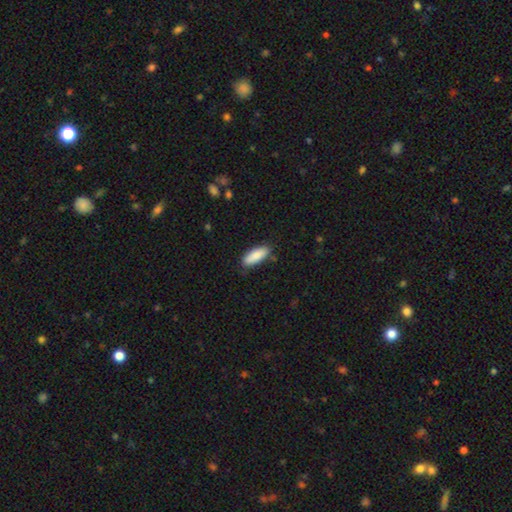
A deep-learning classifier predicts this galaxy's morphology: A smooth galaxy with no disk features (86%) that is in between round and cigar-shaped (70%).

Vote fractions:
- Smooth or featured? smooth: 86% / featured or disk: 8% / star or artifact: 6%
- How rounded? in between: 70% / cigar-shaped: 28% / round: 2%
- Merging? none: 82% / minor disturbance: 14% / major disturbance: 2% / merger: 2%